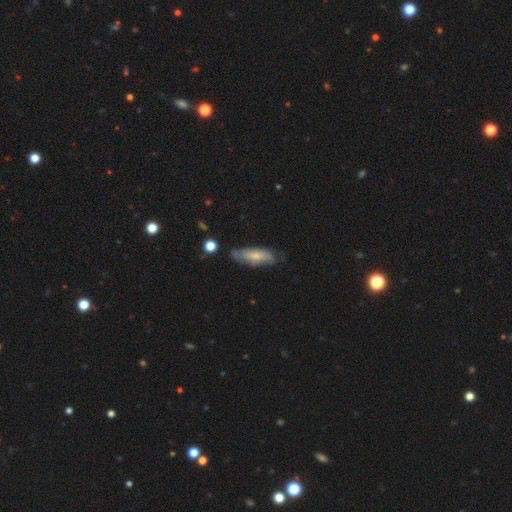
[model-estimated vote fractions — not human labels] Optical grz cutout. It shows a smooth galaxy with no disk features (60%) that is in between round and cigar-shaped (60%). Merging: none (61%).